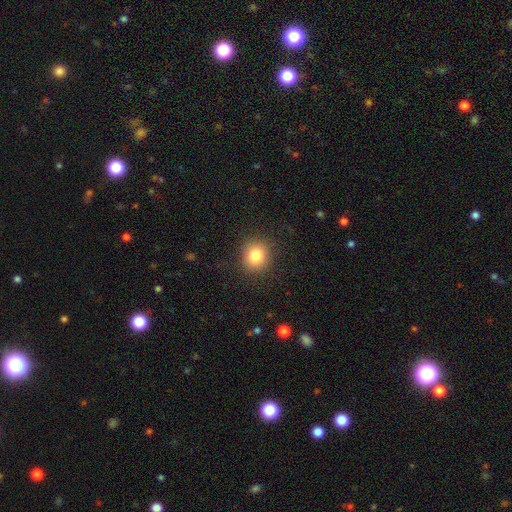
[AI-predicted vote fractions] Smooth or featured: smooth — 83% (star or artifact — 11%)
How rounded: round — 85% (in between — 14%)
Merging: none — 89% (minor disturbance — 8%)